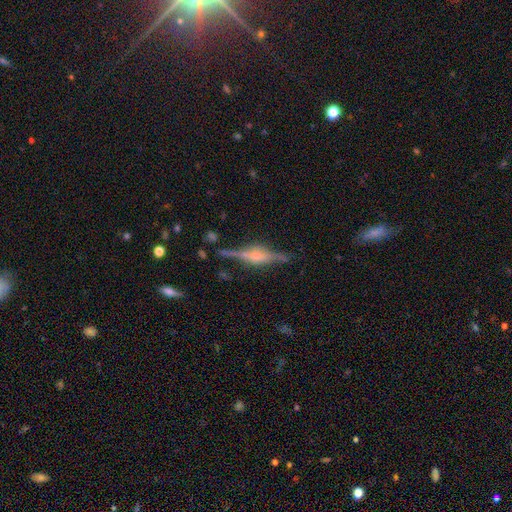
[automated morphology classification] The model was most divided on "edge-on bulge": rounded: 76%, boxy: 20%, none: 4%. More confident: edge-on disk — yes (97%); smooth or featured — featured or disk (83%); merging — none (83%).